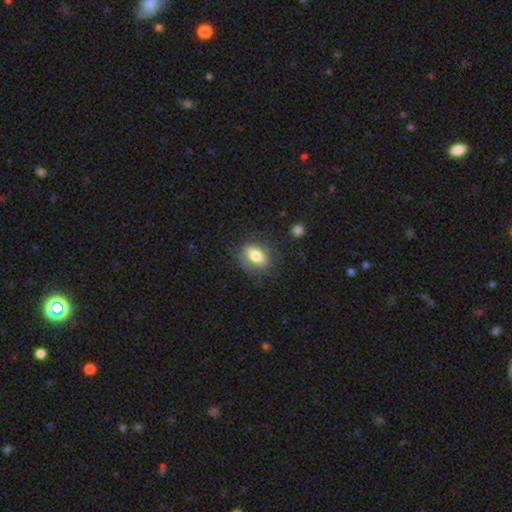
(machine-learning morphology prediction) Smooth or featured? smooth (65%)
How rounded? in between (71%)
Merging? none (79%)